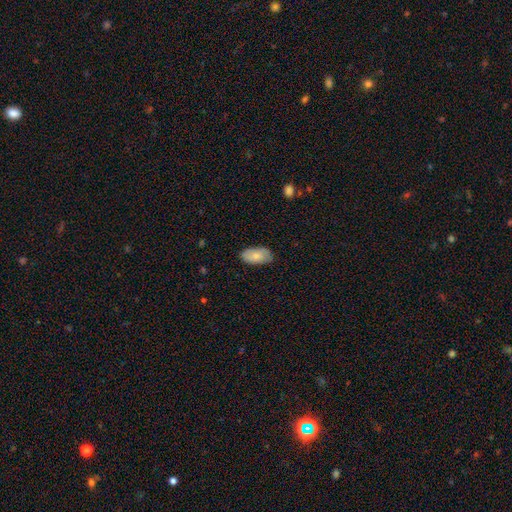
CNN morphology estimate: smooth-or-featured: smooth: 72% | featured or disk: 22% | star or artifact: 6%
  how-rounded: in between: 94% | round: 3% | cigar-shaped: 2%
  merging: none: 77% | minor disturbance: 19% | major disturbance: 3% | merger: 1%